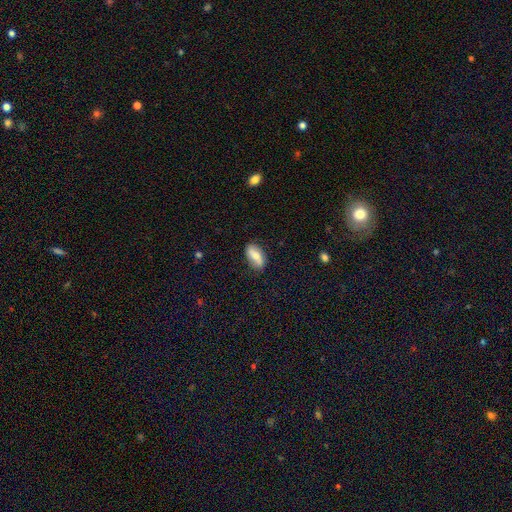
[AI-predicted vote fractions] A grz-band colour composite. It shows a smooth galaxy with no disk features (56%) that is in between round and cigar-shaped (86%). Merging: none (77%).